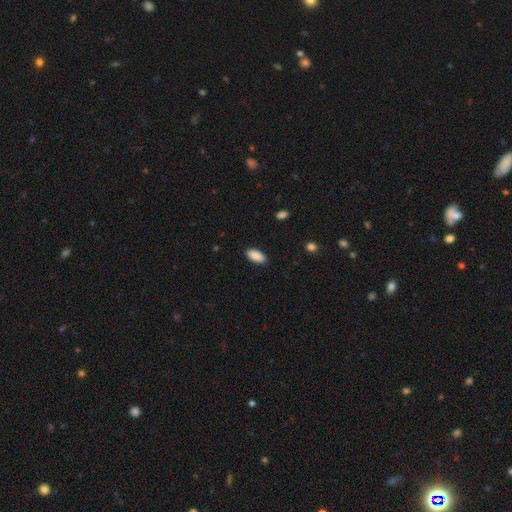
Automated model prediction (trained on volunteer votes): Smooth or featured? smooth (90%)
How rounded? in between (92%)
Merging? none (88%)